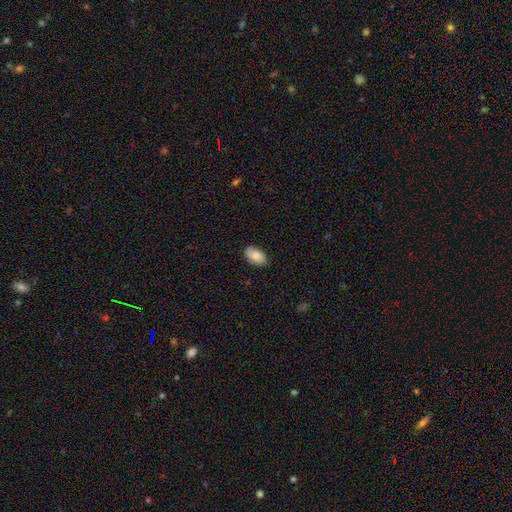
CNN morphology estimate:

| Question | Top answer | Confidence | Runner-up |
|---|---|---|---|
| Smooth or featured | smooth | 79% | featured or disk (14%) |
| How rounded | in between | 94% | round (5%) |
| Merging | none | 81% | minor disturbance (15%) |